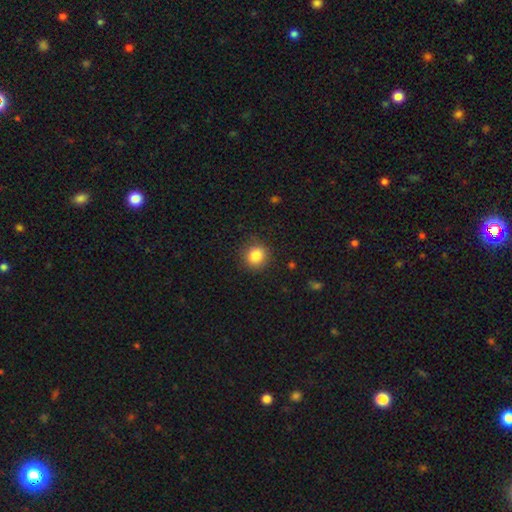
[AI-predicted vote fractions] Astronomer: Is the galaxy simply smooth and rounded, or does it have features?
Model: smooth — 85%.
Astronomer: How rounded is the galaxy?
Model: round — 90%.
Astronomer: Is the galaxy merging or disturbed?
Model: none — 88%.